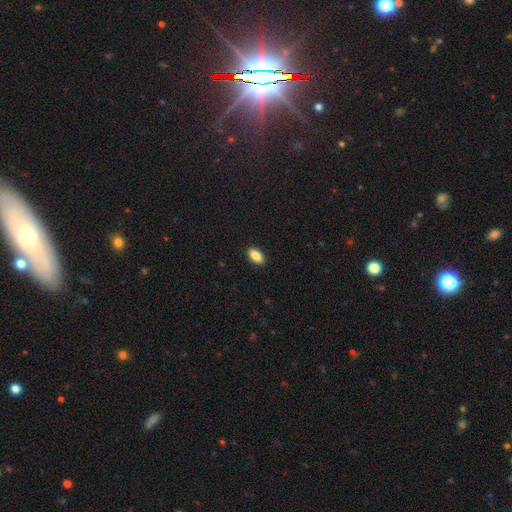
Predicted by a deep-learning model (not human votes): Smooth or featured: smooth — 86% (star or artifact — 7%)
How rounded: in between — 90% (cigar-shaped — 6%)
Merging: none — 90% (minor disturbance — 7%)